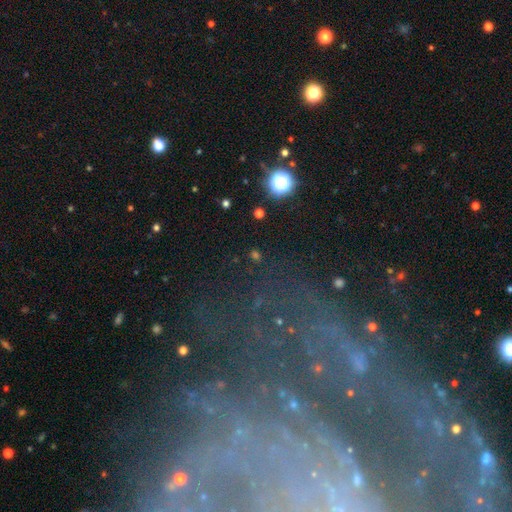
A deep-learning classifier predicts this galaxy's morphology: type=star or artifact (52%).